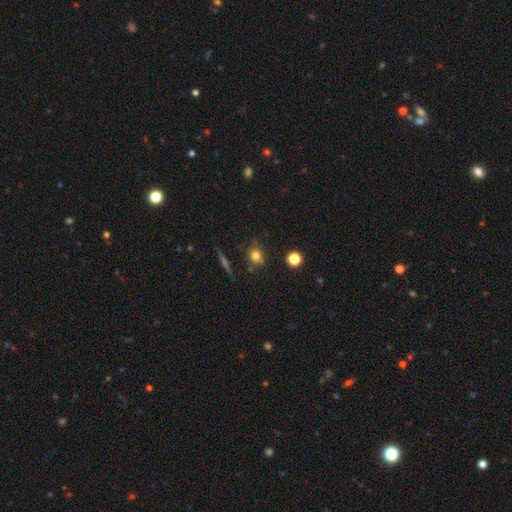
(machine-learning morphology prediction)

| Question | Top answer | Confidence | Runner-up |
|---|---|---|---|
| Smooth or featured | smooth | 76% | star or artifact (14%) |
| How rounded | round | 71% | in between (27%) |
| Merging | none | 72% | minor disturbance (18%) |